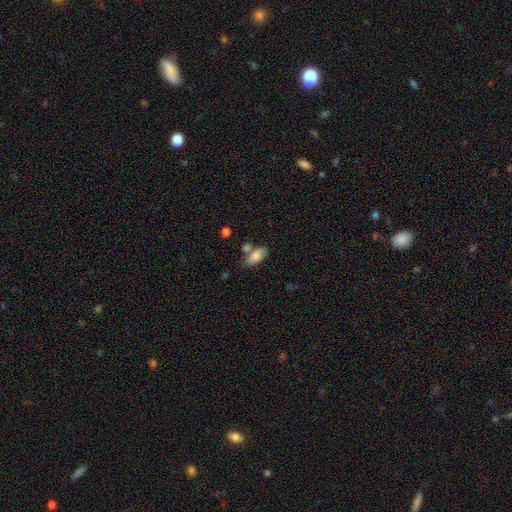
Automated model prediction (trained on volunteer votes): The model was most divided on "merging": none: 56%, merger: 21%, minor disturbance: 18%, major disturbance: 5%. More confident: how rounded — in between (88%); smooth or featured — smooth (80%).